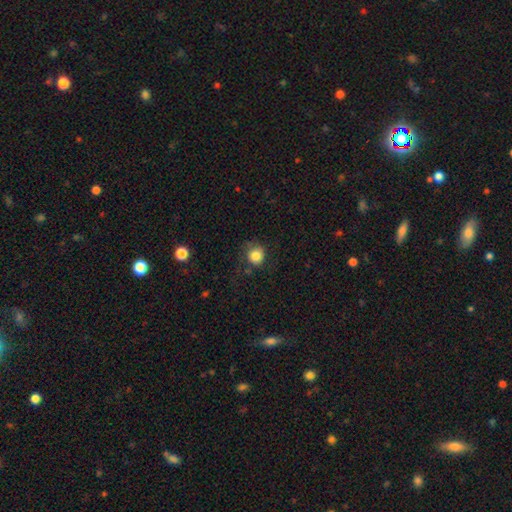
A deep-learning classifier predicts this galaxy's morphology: Q: Smooth or featured?
A: smooth (83%); runner-up: star or artifact (10%)
Q: How rounded?
A: round (87%); runner-up: in between (13%)
Q: Merging?
A: none (64%); runner-up: minor disturbance (22%)